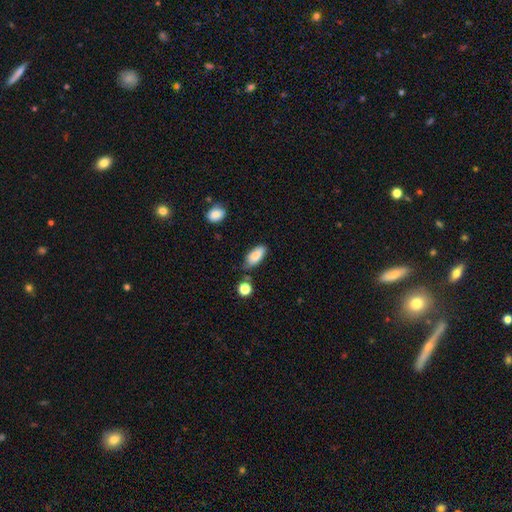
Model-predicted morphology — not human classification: This appears to be a smooth galaxy with no disk features (86%) that is in between round and cigar-shaped (86%). Merging: none (65%).